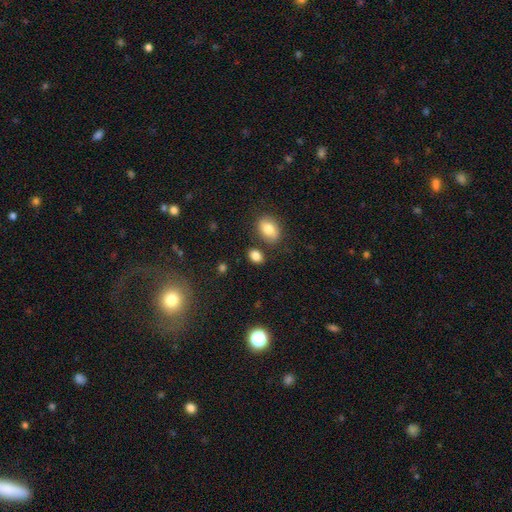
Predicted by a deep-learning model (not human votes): Smooth or featured: smooth — 83% (star or artifact — 10%)
How rounded: in between — 74% (round — 24%)
Merging: none — 77% (minor disturbance — 11%)